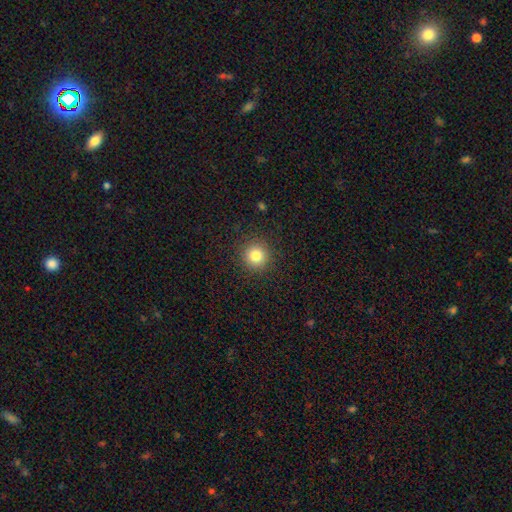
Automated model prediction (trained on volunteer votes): Smooth or featured? smooth (82%)
How rounded? round (95%)
Merging? none (91%)